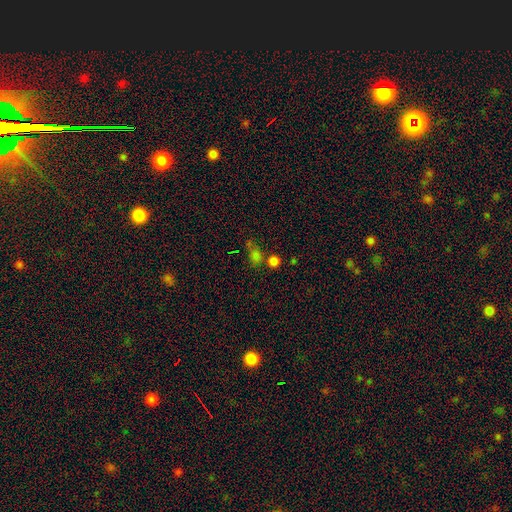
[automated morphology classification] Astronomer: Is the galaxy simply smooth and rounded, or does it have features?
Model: smooth — 67%.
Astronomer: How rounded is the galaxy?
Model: round — 63%.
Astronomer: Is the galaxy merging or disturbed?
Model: none — 52%.